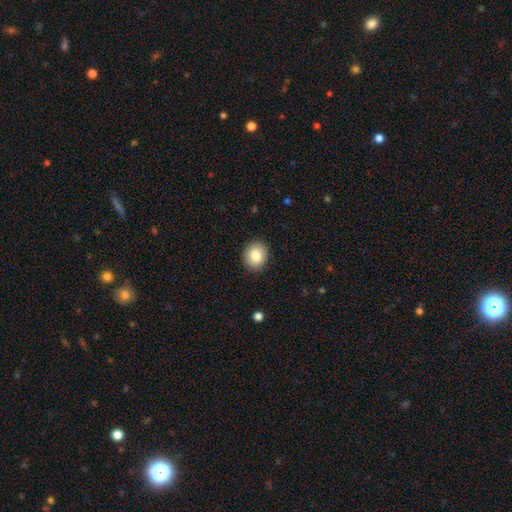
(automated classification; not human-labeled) Smooth or featured?
  - smooth: 84% *
  - star or artifact: 8%
  - featured or disk: 8%
How rounded?
  - round: 72% *
  - in between: 27%
  - cigar-shaped: 1%
Merging?
  - none: 90% *
  - minor disturbance: 7%
  - major disturbance: 2%
  - merger: 1%